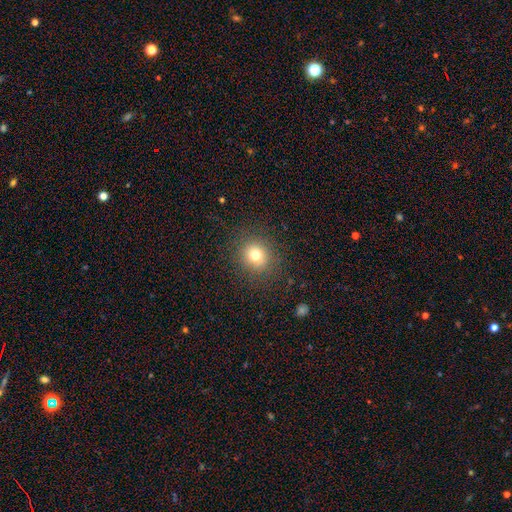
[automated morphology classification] Smooth or featured?
  - smooth: 76% *
  - star or artifact: 15%
  - featured or disk: 9%
How rounded?
  - round: 86% *
  - in between: 13%
  - cigar-shaped: 1%
Merging?
  - none: 87% *
  - minor disturbance: 8%
  - major disturbance: 4%
  - merger: 1%